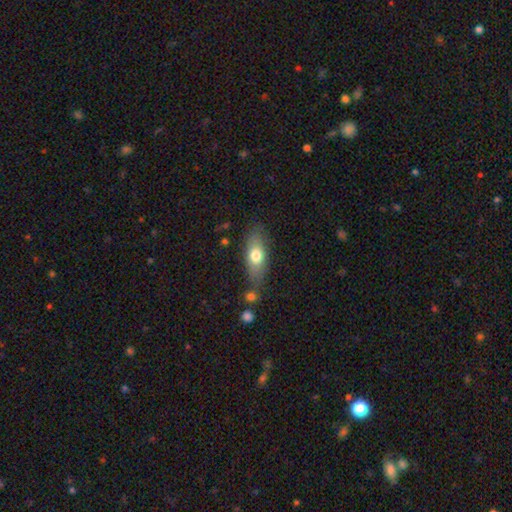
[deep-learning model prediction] The model was most divided on "smooth or featured": smooth: 68%, featured or disk: 24%, star or artifact: 7%. More confident: merging — none (72%); how rounded — in between (71%).